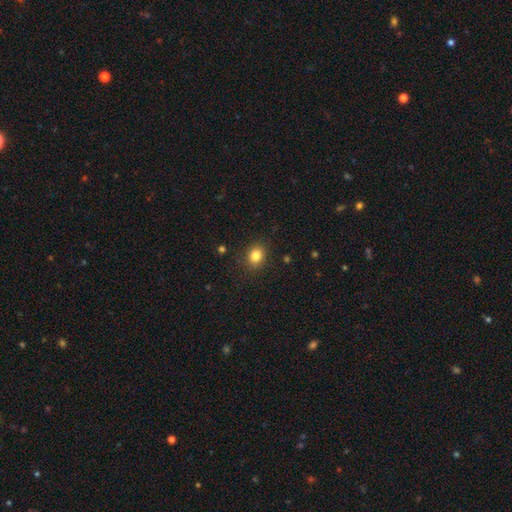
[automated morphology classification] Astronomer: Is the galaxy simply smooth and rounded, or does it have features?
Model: smooth — 83%.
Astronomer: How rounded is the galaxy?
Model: round — 57% (runner-up: in between, 42%).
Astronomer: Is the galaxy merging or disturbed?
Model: none — 88%.